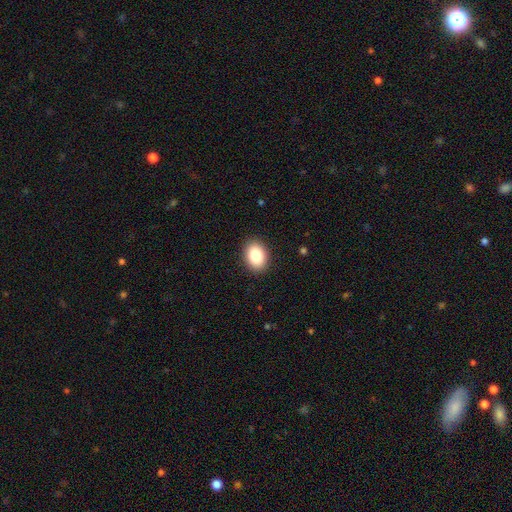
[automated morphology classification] type=smooth (85%); roundness=in between (76%); merging=none (90%).